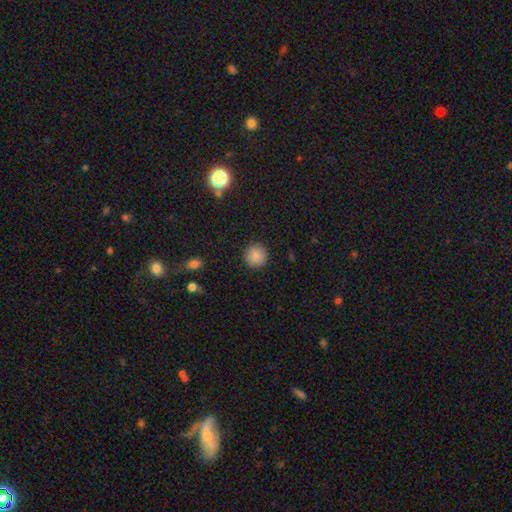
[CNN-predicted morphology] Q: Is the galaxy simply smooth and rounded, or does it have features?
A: smooth — 86%.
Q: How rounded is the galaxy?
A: round — 94%.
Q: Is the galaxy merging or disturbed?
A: none — 92%.